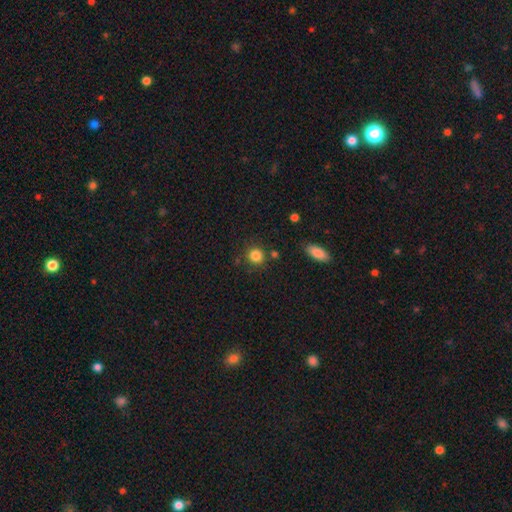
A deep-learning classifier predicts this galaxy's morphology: smooth 84%, star or artifact 11%, featured or disk 5%. Down the decision tree: how rounded — round (89%); merging — none (82%).